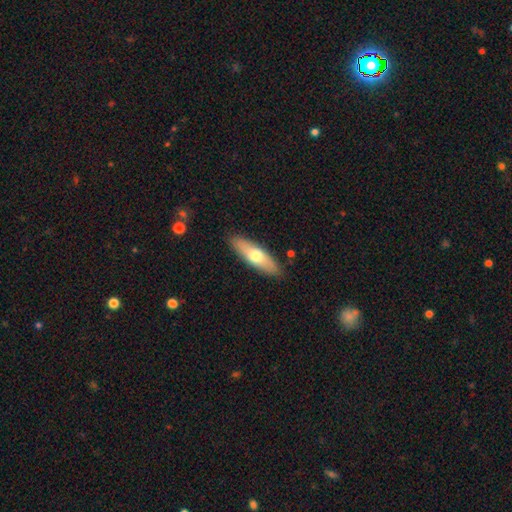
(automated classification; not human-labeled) This appears to be a smooth galaxy with no disk features (63%) that is in between round and cigar-shaped (50%). Merging: none (88%).